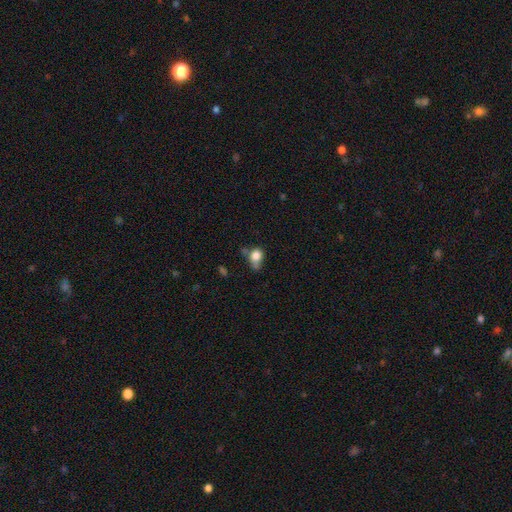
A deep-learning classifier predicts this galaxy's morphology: Smooth or featured? Predicted: smooth (p=0.80). How rounded? Predicted: round (p=0.50). Merging? Predicted: none (p=0.34, tied with minor disturbance).